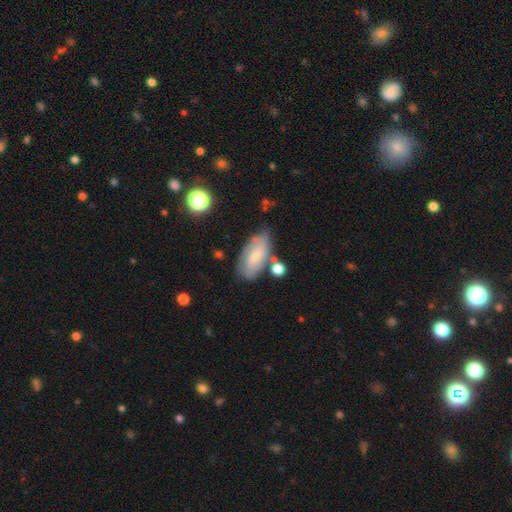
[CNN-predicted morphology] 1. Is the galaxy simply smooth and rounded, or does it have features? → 52% featured or disk, 40% smooth, 8% star or artifact.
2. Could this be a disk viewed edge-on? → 90% no, 10% yes.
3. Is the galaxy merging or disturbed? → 65% none, 21% minor disturbance, 7% merger, 6% major disturbance.